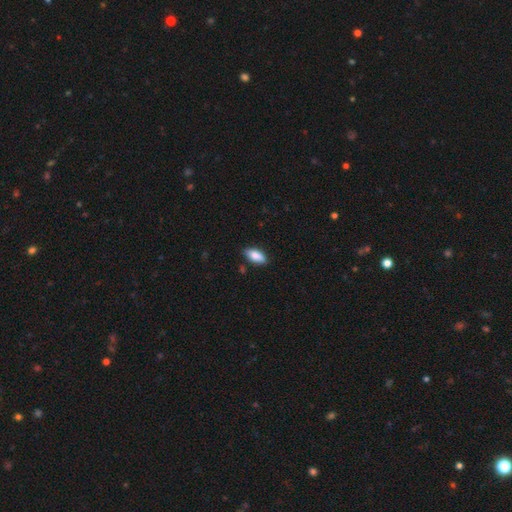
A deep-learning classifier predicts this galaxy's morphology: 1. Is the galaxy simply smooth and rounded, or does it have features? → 86% smooth, 8% featured or disk, 6% star or artifact.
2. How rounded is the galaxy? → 86% in between, 12% cigar-shaped, 2% round.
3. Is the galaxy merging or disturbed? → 83% none, 13% minor disturbance, 2% major disturbance, 2% merger.